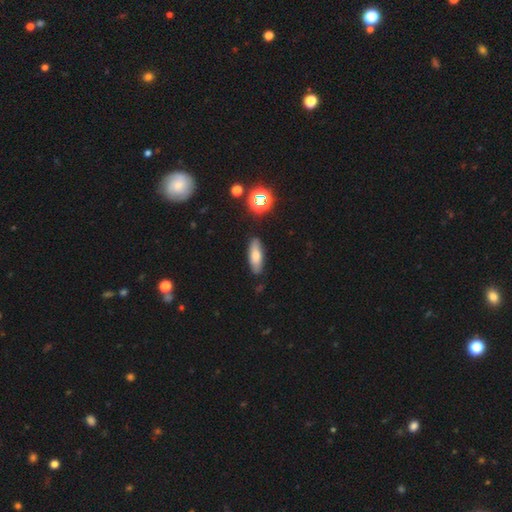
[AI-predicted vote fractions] smooth-or-featured: smooth: 72% | featured or disk: 19% | star or artifact: 9%
  how-rounded: in between: 58% | cigar-shaped: 40% | round: 3%
  merging: none: 85% | minor disturbance: 11% | major disturbance: 2% | merger: 2%